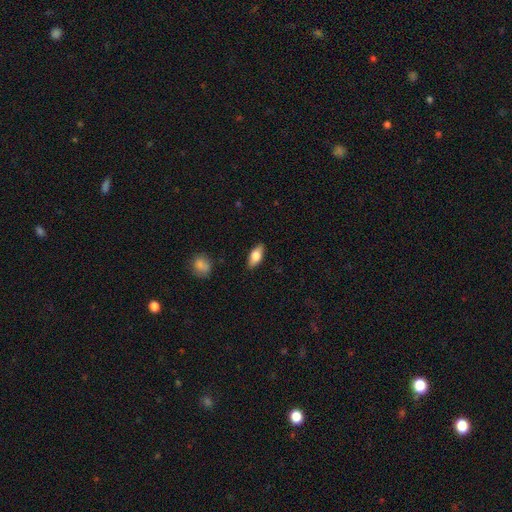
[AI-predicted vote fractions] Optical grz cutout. It shows a smooth galaxy with no disk features (71%) that is in between round and cigar-shaped (84%). Merging: none (86%).